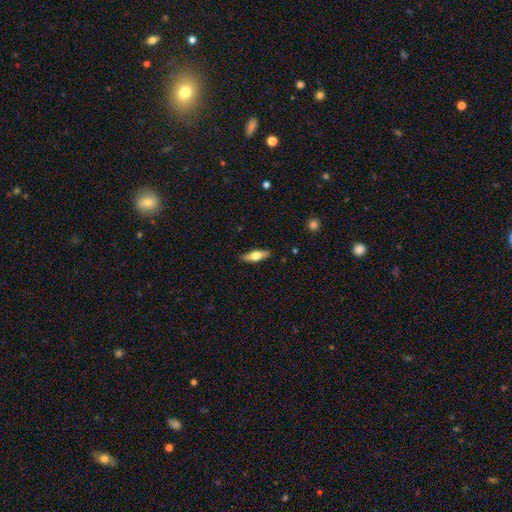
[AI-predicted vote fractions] This appears to be a smooth galaxy with no disk features (59%) that is in between round and cigar-shaped (58%). Merging: none (88%).